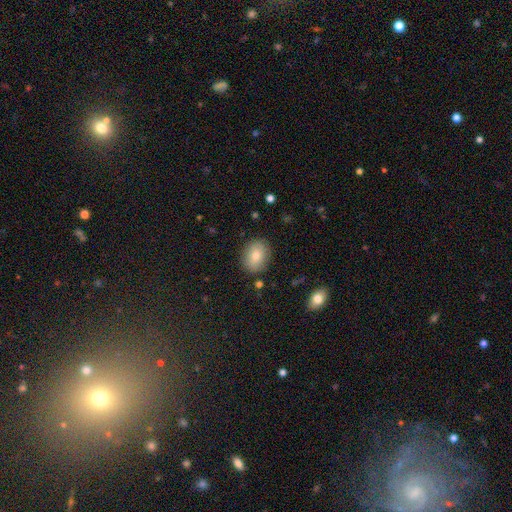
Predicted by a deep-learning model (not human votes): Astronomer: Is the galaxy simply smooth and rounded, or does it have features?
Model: smooth — 76%.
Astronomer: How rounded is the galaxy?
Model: in between — 64%.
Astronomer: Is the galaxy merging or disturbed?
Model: none — 86%.